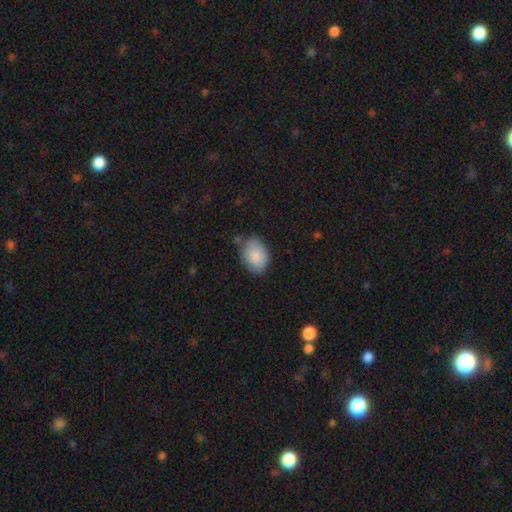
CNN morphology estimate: Smooth or featured: smooth — 86% (featured or disk — 8%)
How rounded: in between — 81% (round — 18%)
Merging: none — 69% (minor disturbance — 22%)